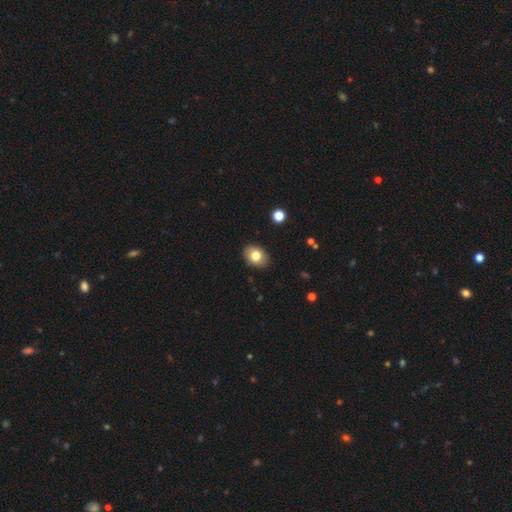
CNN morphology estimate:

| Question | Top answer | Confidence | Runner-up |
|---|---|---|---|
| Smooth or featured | smooth | 79% | featured or disk (12%) |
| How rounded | in between | 70% | round (29%) |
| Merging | none | 88% | minor disturbance (9%) |